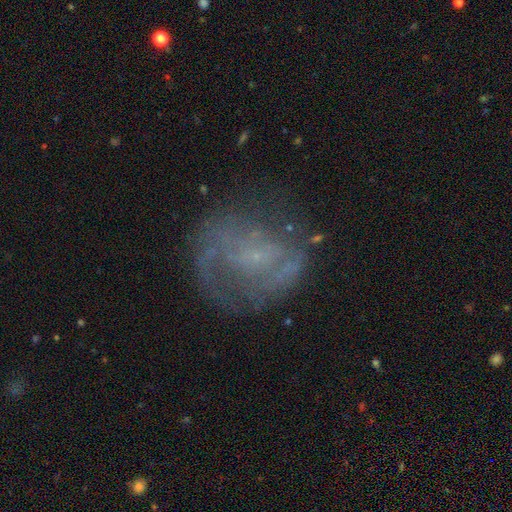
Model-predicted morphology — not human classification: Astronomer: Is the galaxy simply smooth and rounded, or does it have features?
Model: featured or disk — 63%.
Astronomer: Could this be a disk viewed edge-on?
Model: no — 97%.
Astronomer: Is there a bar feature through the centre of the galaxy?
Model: no — 56% (runner-up: weak, 35%).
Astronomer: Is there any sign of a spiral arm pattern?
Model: yes — 63%.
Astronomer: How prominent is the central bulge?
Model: small — 56% (runner-up: none, 33%).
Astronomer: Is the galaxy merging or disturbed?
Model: none — 60%.